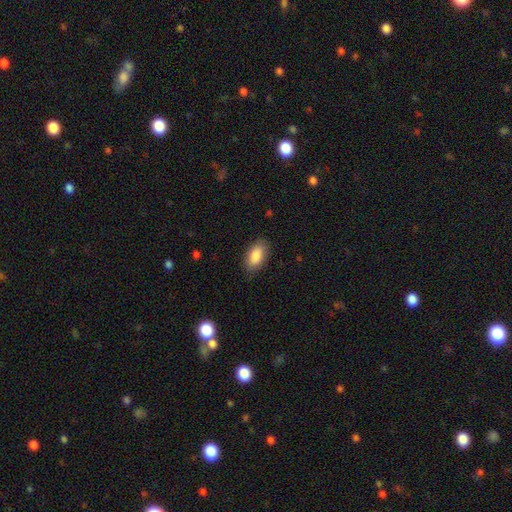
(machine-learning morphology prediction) This appears to be a smooth galaxy with no disk features (86%) that is in between round and cigar-shaped (92%). Merging: none (84%).